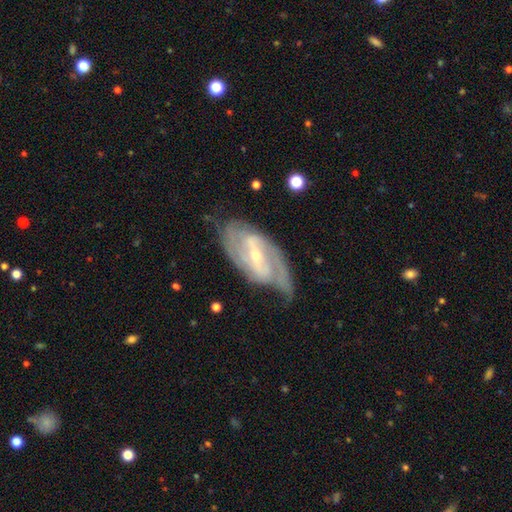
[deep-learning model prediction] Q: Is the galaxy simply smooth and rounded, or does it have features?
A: featured or disk — 89%.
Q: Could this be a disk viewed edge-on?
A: no — 95%.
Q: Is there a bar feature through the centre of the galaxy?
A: strong — 54%.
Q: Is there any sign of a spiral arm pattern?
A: yes — 96%.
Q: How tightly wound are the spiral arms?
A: medium — 44%.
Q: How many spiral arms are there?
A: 2 — 71%.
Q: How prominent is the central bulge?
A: small — 66%.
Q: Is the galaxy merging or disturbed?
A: none — 67%.